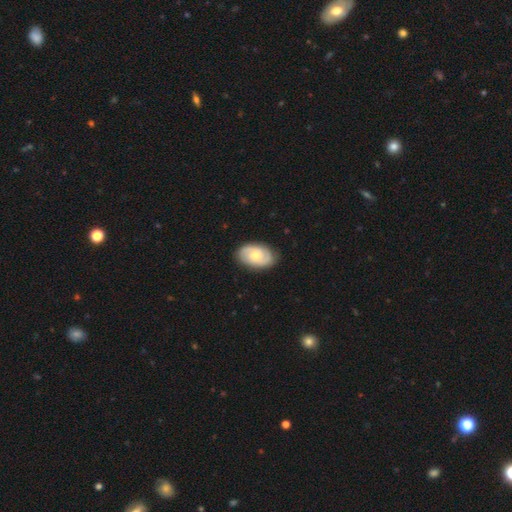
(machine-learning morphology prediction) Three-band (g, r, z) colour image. It shows a featured or disk galaxy (63%) with no bar (76%), 2 (65%) tight (55%) spiral arms (83%) and a moderate central bulge (55%). Merging: none (84%).